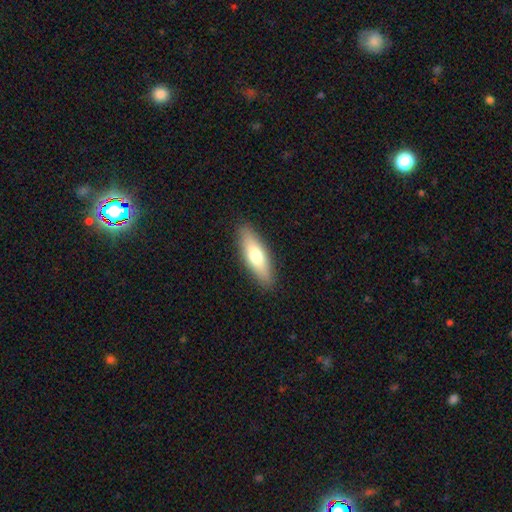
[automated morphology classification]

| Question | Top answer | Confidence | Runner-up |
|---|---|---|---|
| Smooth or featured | smooth | 70% | featured or disk (24%) |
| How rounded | in between | 51% | cigar-shaped (47%) |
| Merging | none | 89% | minor disturbance (8%) |